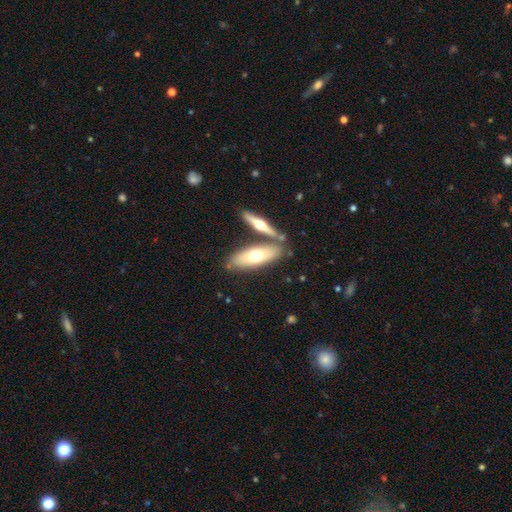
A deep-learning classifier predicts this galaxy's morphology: Smooth or featured?
  - smooth: 55% *
  - featured or disk: 40%
  - star or artifact: 6%
How rounded?
  - in between: 57% *
  - cigar-shaped: 40%
  - round: 3%
Merging?
  - none: 64% *
  - merger: 23%
  - minor disturbance: 10%
  - major disturbance: 3%